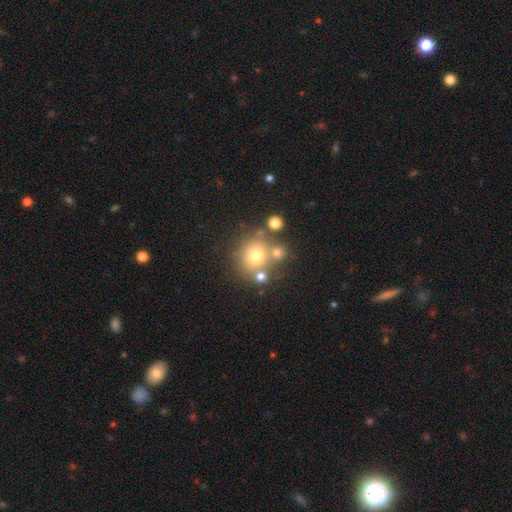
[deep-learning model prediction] smooth-or-featured: smooth: 67% | star or artifact: 17% | featured or disk: 15%
  how-rounded: round: 85% | in between: 14% | cigar-shaped: 1%
  merging: none: 62% | merger: 22% | minor disturbance: 11% | major disturbance: 5%